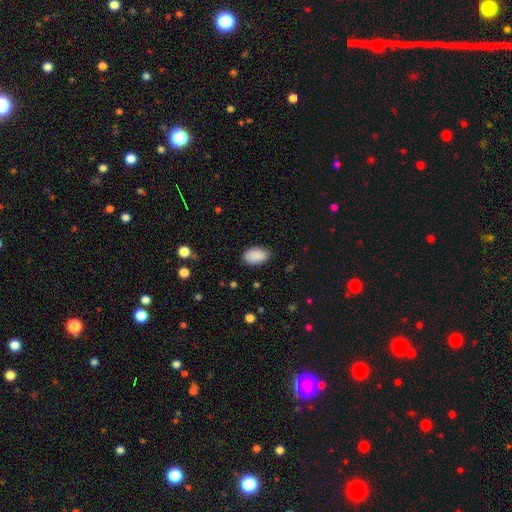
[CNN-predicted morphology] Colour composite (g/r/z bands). It shows a smooth galaxy with no disk features (90%) that is in between round and cigar-shaped (92%). Merging: none (85%).